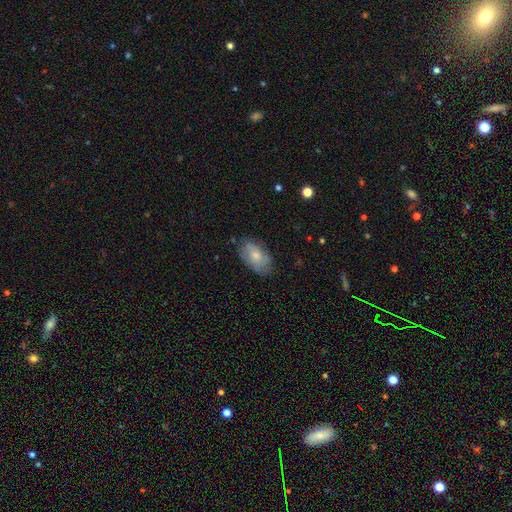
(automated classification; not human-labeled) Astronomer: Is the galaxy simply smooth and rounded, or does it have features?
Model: smooth — 66%.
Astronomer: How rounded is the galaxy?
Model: in between — 93%.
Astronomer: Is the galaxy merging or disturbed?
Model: none — 72%.